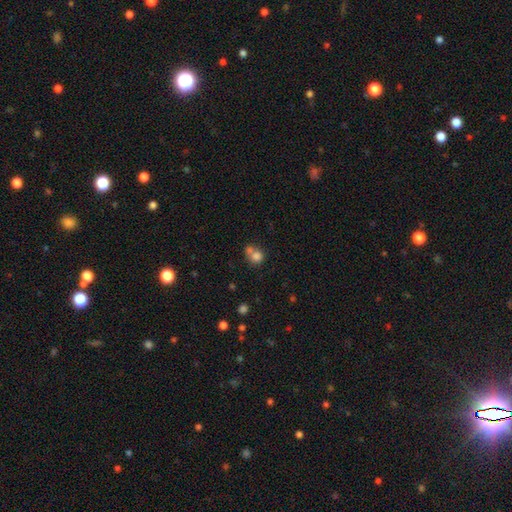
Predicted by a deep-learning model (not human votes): Smooth or featured? Predicted: smooth (p=0.78). How rounded? Predicted: round (p=0.78). Merging? Predicted: merger (p=0.48).